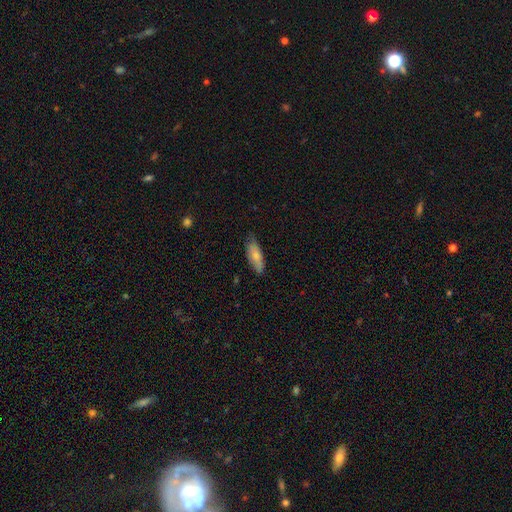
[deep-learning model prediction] smooth-or-featured: smooth: 77% | featured or disk: 17% | star or artifact: 6%
  how-rounded: in between: 68% | cigar-shaped: 30% | round: 2%
  merging: none: 73% | minor disturbance: 22% | major disturbance: 3% | merger: 1%